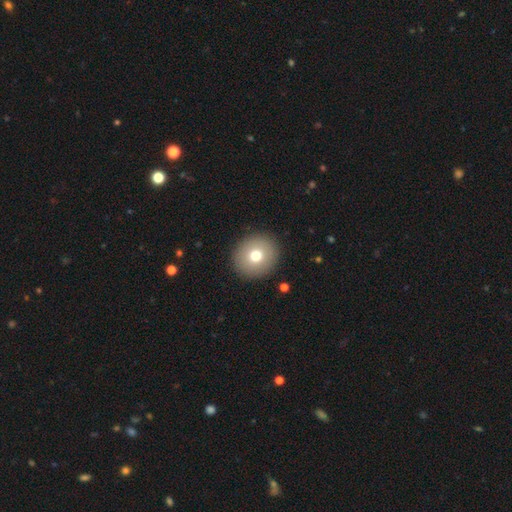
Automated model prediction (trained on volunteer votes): smooth-or-featured: smooth: 73% | featured or disk: 17% | star or artifact: 10%
  how-rounded: round: 90% | in between: 9% | cigar-shaped: 1%
  merging: none: 91% | minor disturbance: 5% | major disturbance: 2% | merger: 1%